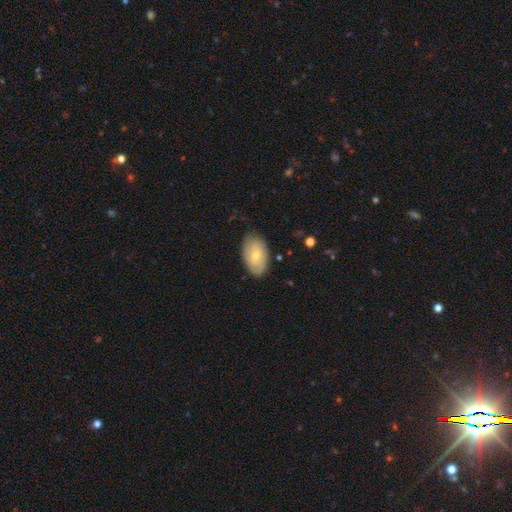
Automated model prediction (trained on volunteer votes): Smooth or featured?
  - smooth: 49% *
  - featured or disk: 45%
  - star or artifact: 6%
Merging?
  - none: 75% *
  - minor disturbance: 20%
  - major disturbance: 4%
  - merger: 1%